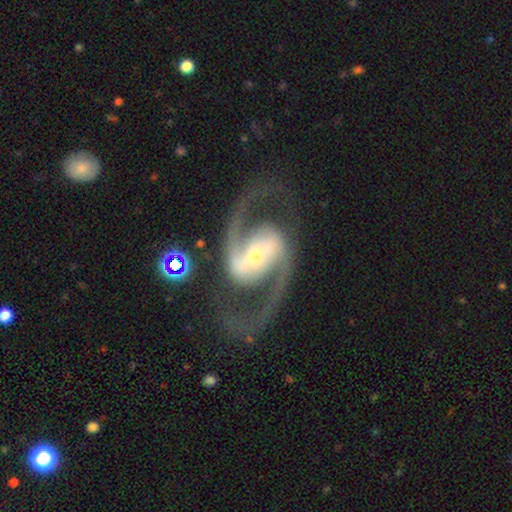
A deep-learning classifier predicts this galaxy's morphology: Smooth or featured? featured or disk (93%)
Edge-on disk? no (98%)
Bar? strong (59%)
Spiral arms? yes (98%)
Spiral winding? medium (60%)
Spiral arm count? 2 (95%)
Bulge size? small (51%)
Merging? none (79%)